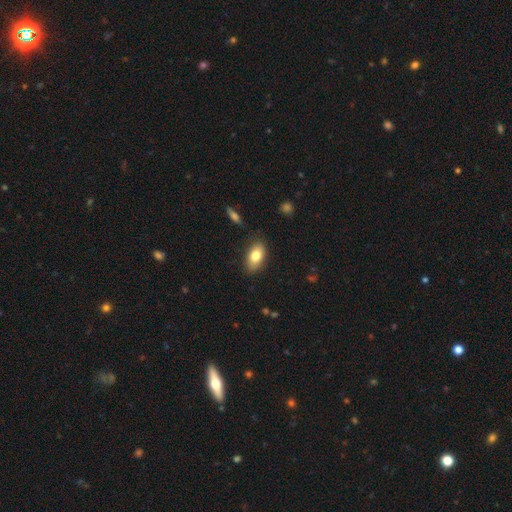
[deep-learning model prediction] This is likely a smooth galaxy (79%). How rounded: clearly in between (91%). Merging: clearly none (84%).